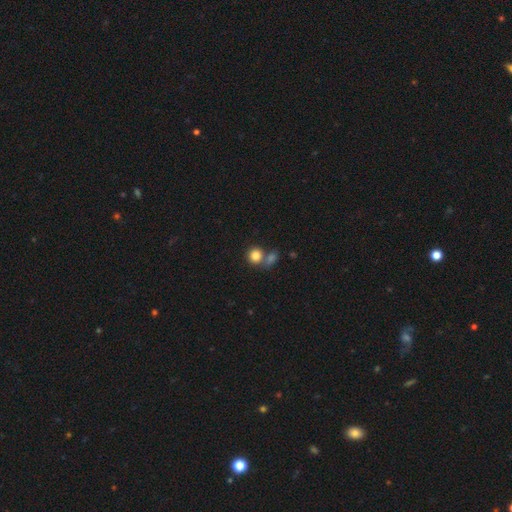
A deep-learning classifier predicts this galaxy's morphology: Smooth or featured: smooth — 84% (star or artifact — 10%)
How rounded: round — 84% (in between — 15%)
Merging: none — 50% (merger — 37%)